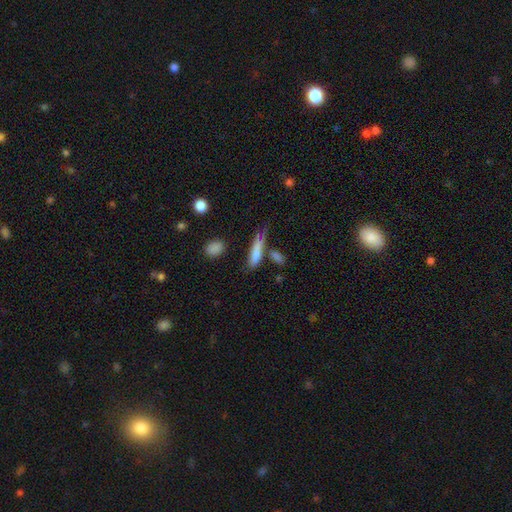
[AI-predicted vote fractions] smooth-or-featured: smooth: 78% | featured or disk: 14% | star or artifact: 8%
  how-rounded: cigar-shaped: 69% | in between: 28% | round: 3%
  merging: none: 54% | minor disturbance: 21% | merger: 16% | major disturbance: 9%